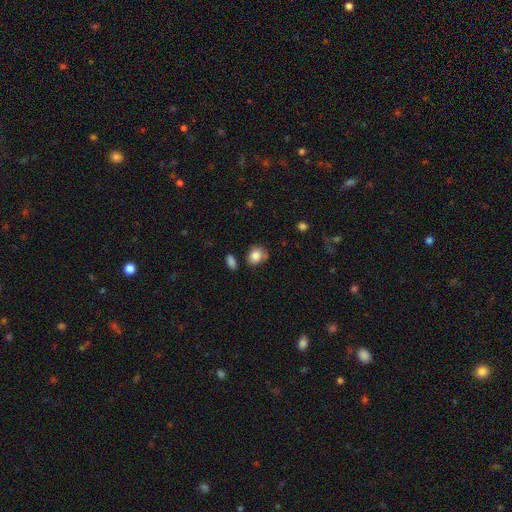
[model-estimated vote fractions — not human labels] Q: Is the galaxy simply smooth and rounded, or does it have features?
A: smooth — 83%.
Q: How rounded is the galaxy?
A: round — 54%.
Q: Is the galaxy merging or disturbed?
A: none — 65%.